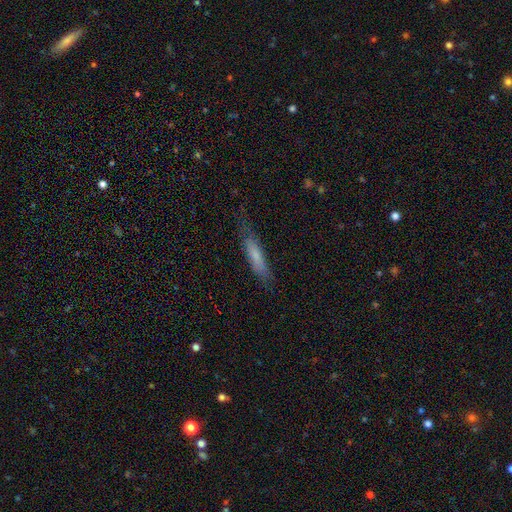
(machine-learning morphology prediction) A smooth galaxy with no disk features (67%) that is cigar-shaped (84%).

Vote fractions:
- Smooth or featured? smooth: 67% / featured or disk: 26% / star or artifact: 7%
- How rounded? cigar-shaped: 84% / in between: 14% / round: 1%
- Merging? none: 72% / minor disturbance: 20% / major disturbance: 6% / merger: 1%